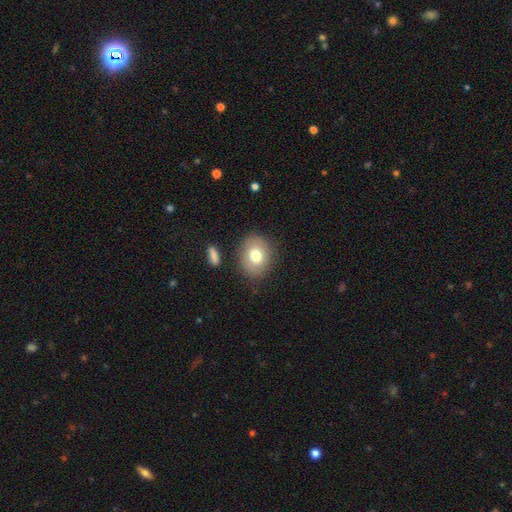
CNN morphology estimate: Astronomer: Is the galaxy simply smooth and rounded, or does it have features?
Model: smooth — 74%.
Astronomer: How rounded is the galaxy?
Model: round — 51% (runner-up: in between, 48%).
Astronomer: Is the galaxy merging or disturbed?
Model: none — 82%.